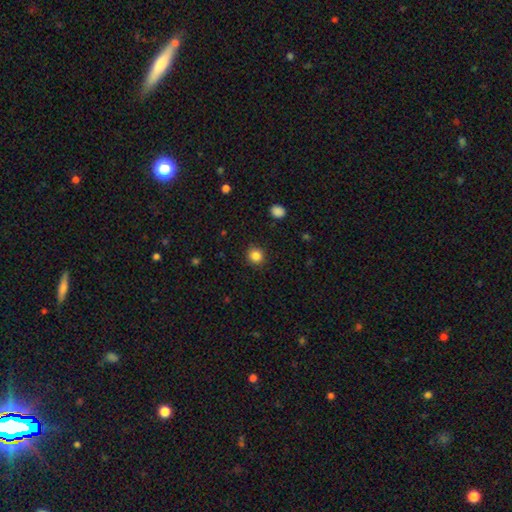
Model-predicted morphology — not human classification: This appears to be a smooth galaxy with no disk features (85%) that is round (92%). Merging: none (91%).